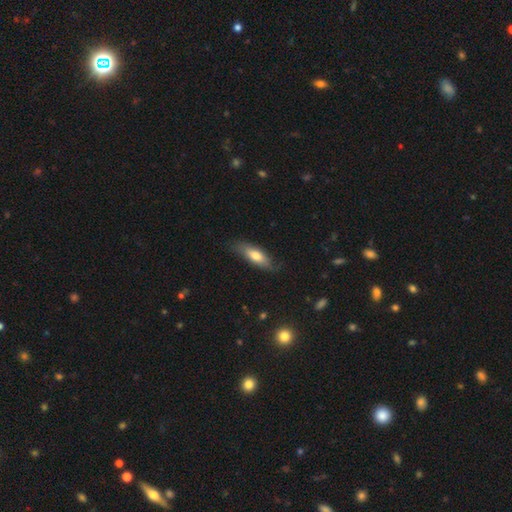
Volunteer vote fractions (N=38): Q: Smooth or featured?
A: smooth (82%); runner-up: featured or disk (16%)
Q: How rounded?
A: in between (68%); runner-up: cigar-shaped (29%)
Q: Merging?
A: none (57%); runner-up: minor disturbance (41%)